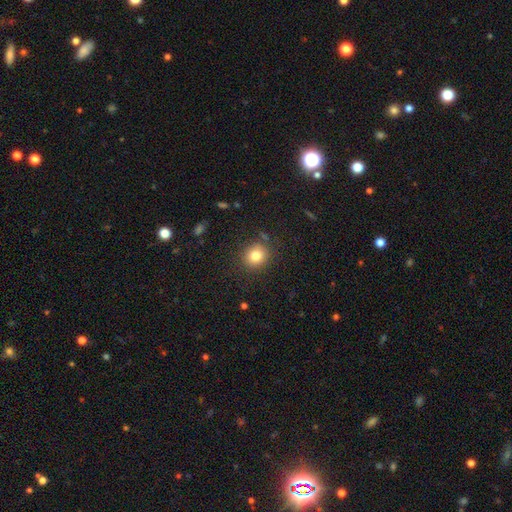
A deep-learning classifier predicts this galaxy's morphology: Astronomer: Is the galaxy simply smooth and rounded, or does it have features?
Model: smooth — 81%.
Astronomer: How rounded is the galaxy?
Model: round — 81%.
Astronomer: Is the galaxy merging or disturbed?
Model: none — 84%.